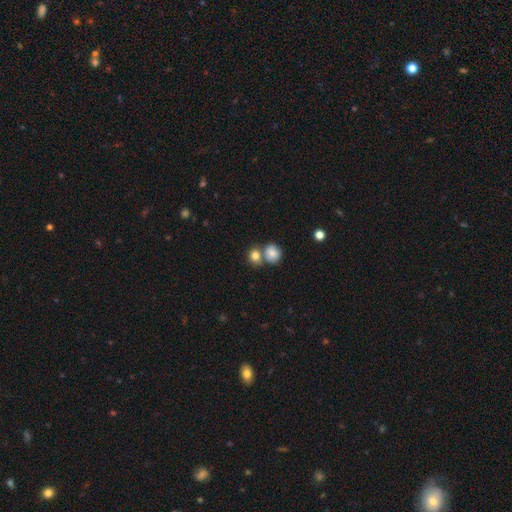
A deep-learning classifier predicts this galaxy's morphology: Smooth or featured?
  - smooth: 82% *
  - star or artifact: 10%
  - featured or disk: 9%
How rounded?
  - round: 75% *
  - in between: 23%
  - cigar-shaped: 1%
Merging?
  - none: 45% *
  - merger: 44%
  - minor disturbance: 8%
  - major disturbance: 3%